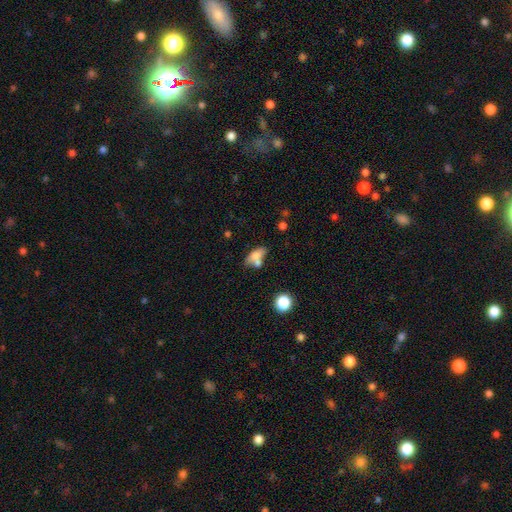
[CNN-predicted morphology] Overall: smooth (68%). How rounded: in between (76%). Merging: none (41%; merger 35%).